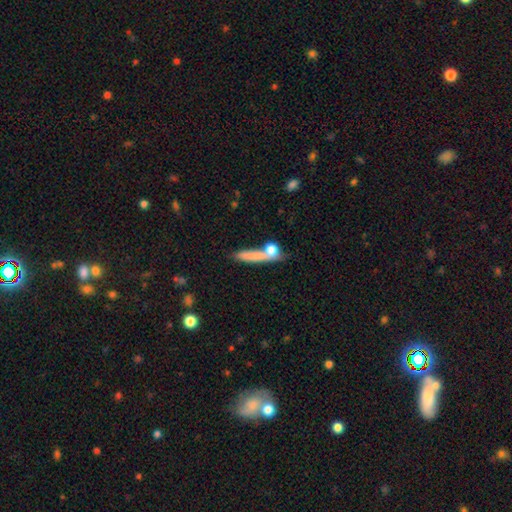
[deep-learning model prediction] Smooth or featured: smooth — 68% (featured or disk — 23%)
How rounded: cigar-shaped — 73% (in between — 15%)
Merging: none — 52% (merger — 23%)